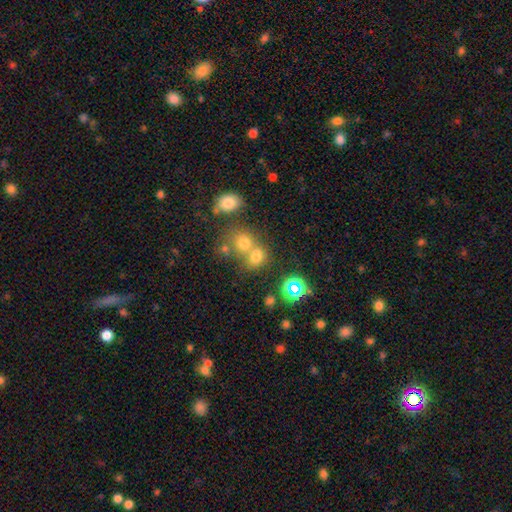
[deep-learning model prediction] Smooth or featured: smooth — 65% (star or artifact — 22%)
How rounded: round — 66% (in between — 33%)
Merging: merger — 45% (none — 42%)